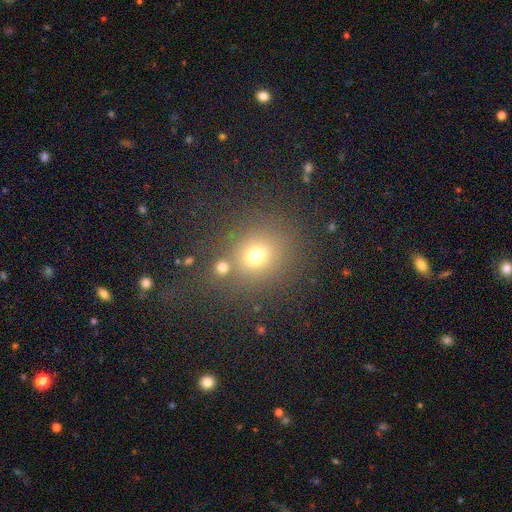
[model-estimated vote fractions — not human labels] A smooth galaxy with no disk features (68%) that is round (75%). Merging: none (67%).